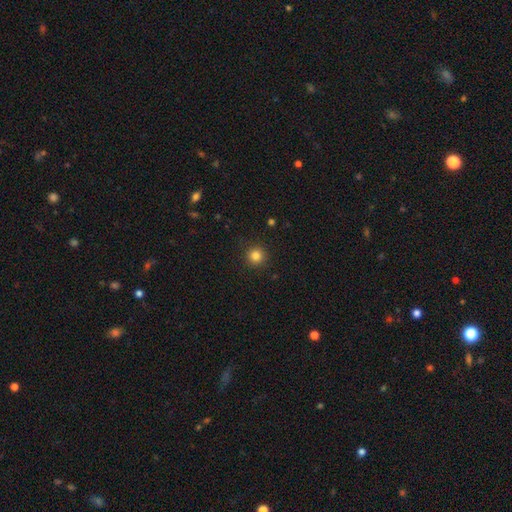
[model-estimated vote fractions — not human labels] Q: Smooth or featured?
A: smooth (83%); runner-up: star or artifact (12%)
Q: How rounded?
A: round (95%); runner-up: in between (4%)
Q: Merging?
A: none (92%); runner-up: minor disturbance (5%)